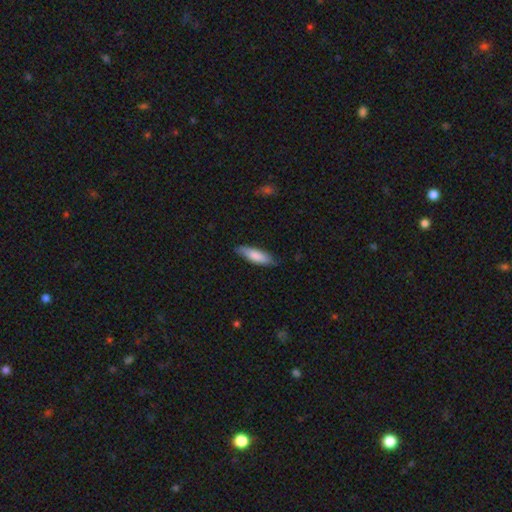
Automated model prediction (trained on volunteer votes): Morphology: type=smooth (81%); roundness=cigar-shaped (53%); merging=none (78%).